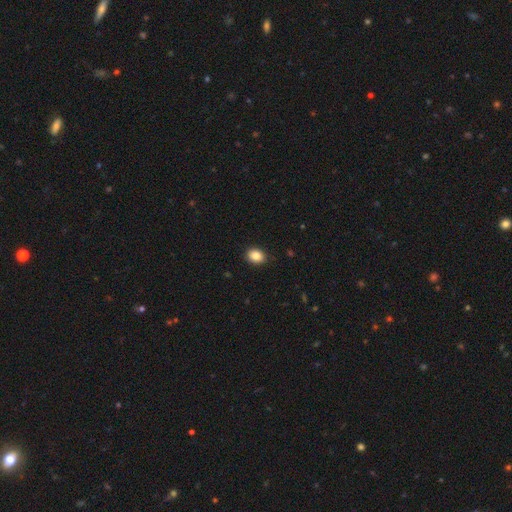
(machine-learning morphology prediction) Overall: smooth (86%). How rounded: in between (58%; round 41%). Merging: none (89%).